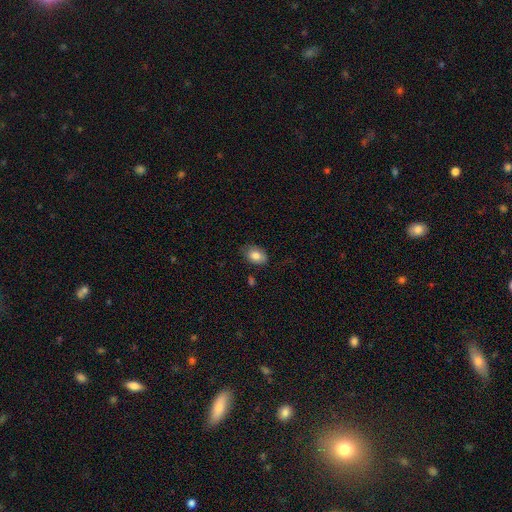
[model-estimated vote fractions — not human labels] The model was most divided on "how rounded": in between: 76%, round: 23%, cigar-shaped: 1%. More confident: smooth or featured — smooth (82%); merging — none (76%).